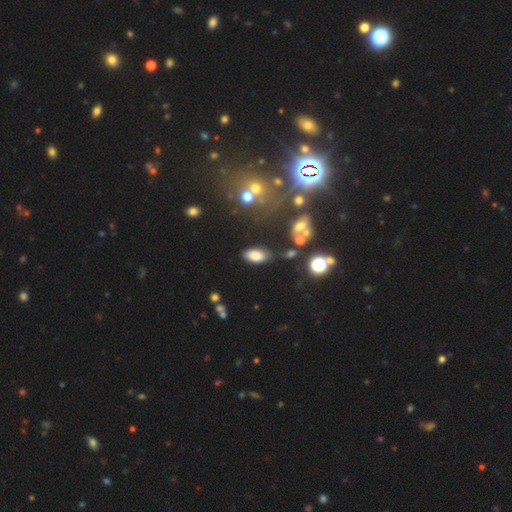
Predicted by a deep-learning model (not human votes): This appears to be a smooth galaxy with no disk features (80%) that is in between round and cigar-shaped (93%). Merging: none (74%).